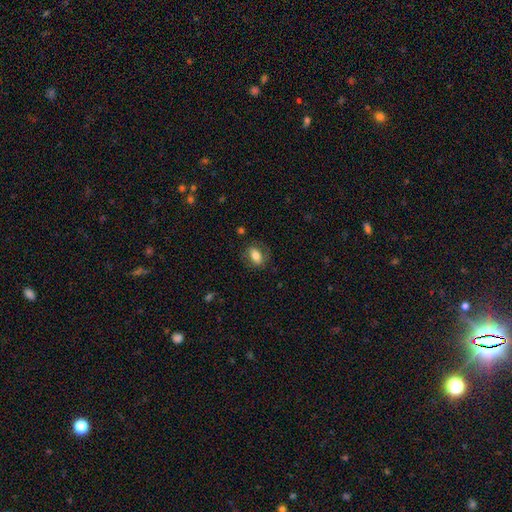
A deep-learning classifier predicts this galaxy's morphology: A smooth galaxy with no disk features (72%) that is in between round and cigar-shaped (82%).

Vote fractions:
- Smooth or featured? smooth: 72% / featured or disk: 20% / star or artifact: 8%
- How rounded? in between: 82% / round: 13% / cigar-shaped: 4%
- Merging? none: 76% / minor disturbance: 16% / major disturbance: 7% / merger: 1%